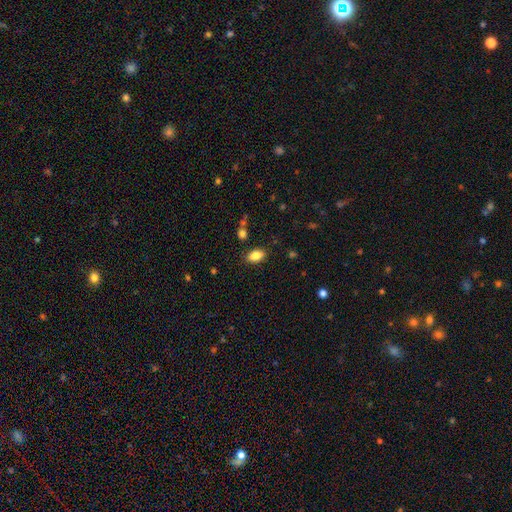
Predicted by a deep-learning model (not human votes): The model was most divided on "merging": none: 84%, minor disturbance: 10%, merger: 3%, major disturbance: 3%. More confident: how rounded — in between (90%); smooth or featured — smooth (84%).